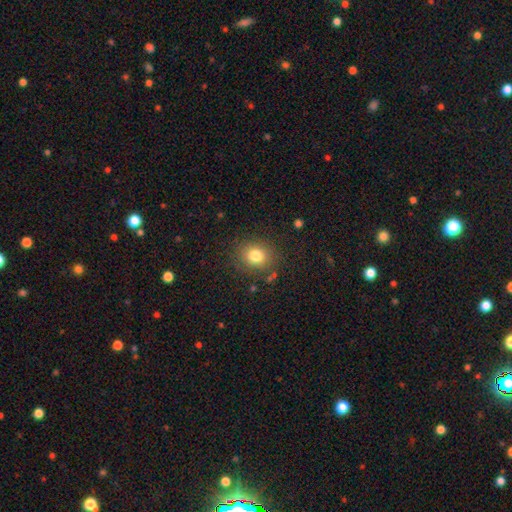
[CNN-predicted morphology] Smooth or featured: smooth — 80% (star or artifact — 12%)
How rounded: round — 70% (in between — 29%)
Merging: none — 84% (minor disturbance — 10%)